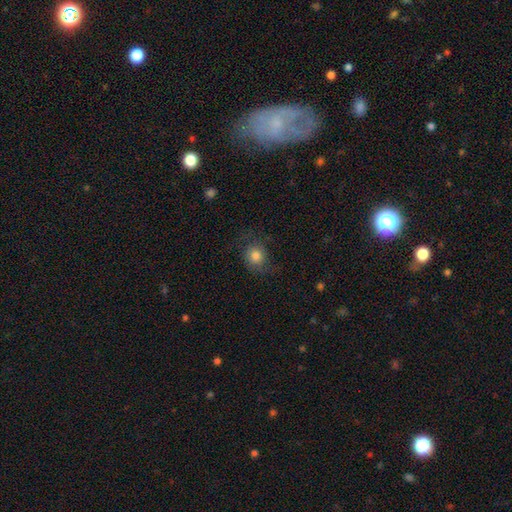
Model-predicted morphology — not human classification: Smooth or featured?
  - smooth: 76% *
  - featured or disk: 15%
  - star or artifact: 10%
How rounded?
  - round: 80% *
  - in between: 19%
  - cigar-shaped: 1%
Merging?
  - none: 66% *
  - minor disturbance: 20%
  - major disturbance: 13%
  - merger: 1%